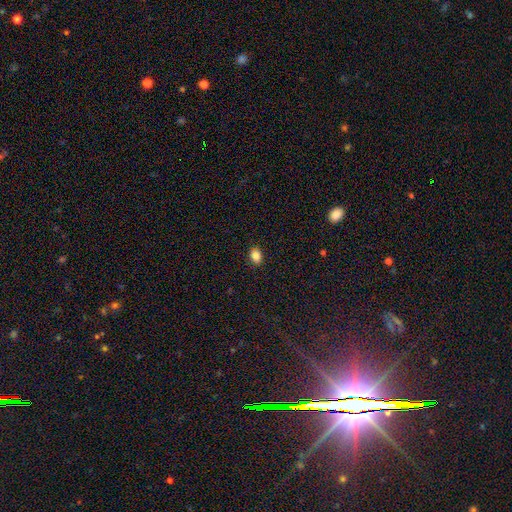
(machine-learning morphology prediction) smooth-or-featured: smooth: 86% | star or artifact: 10% | featured or disk: 4%
  how-rounded: in between: 74% | round: 24% | cigar-shaped: 1%
  merging: none: 89% | minor disturbance: 8% | major disturbance: 2% | merger: 1%